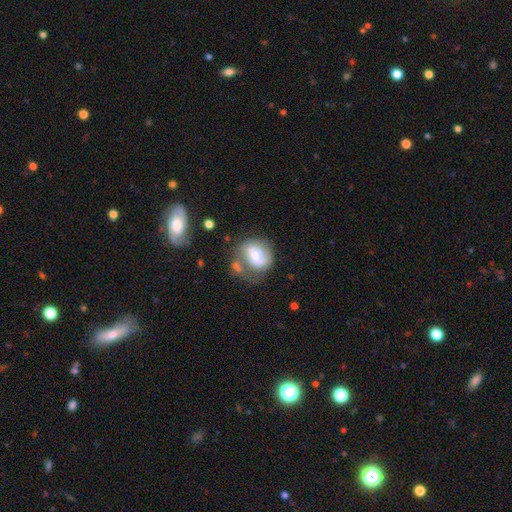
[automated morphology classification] type=featured or disk (49%); merging=none (37%).